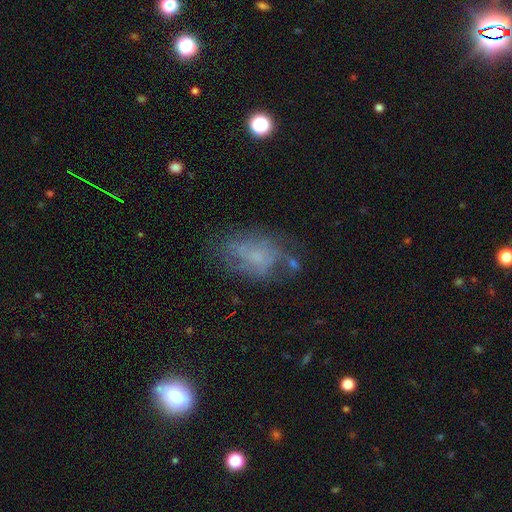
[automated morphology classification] type=featured or disk (45%); merging=none (49%).